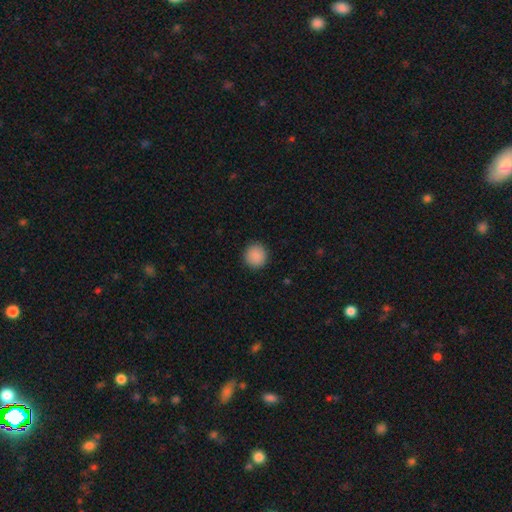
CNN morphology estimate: Smooth or featured: smooth — 89% (star or artifact — 8%)
How rounded: round — 94% (in between — 5%)
Merging: none — 92% (minor disturbance — 5%)